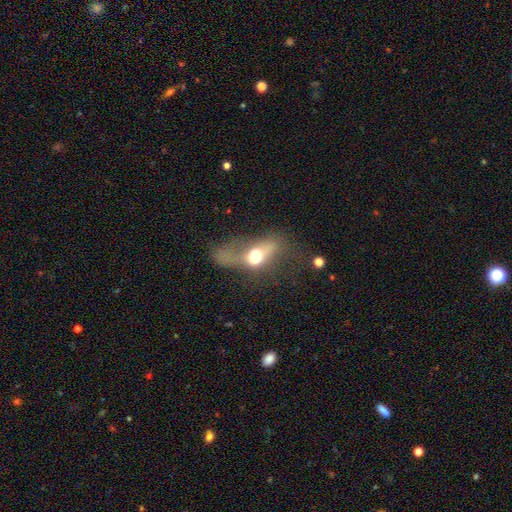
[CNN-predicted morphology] Smooth or featured? smooth (50%)
Merging? major disturbance (50%)